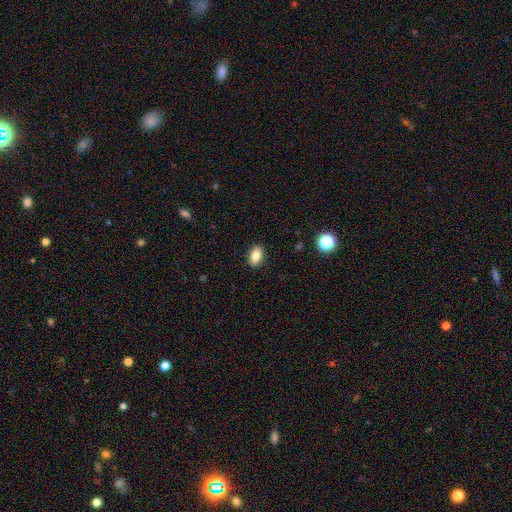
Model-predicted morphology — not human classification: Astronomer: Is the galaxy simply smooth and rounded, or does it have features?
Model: smooth — 83%.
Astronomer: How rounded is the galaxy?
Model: in between — 88%.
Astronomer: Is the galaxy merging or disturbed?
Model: none — 88%.